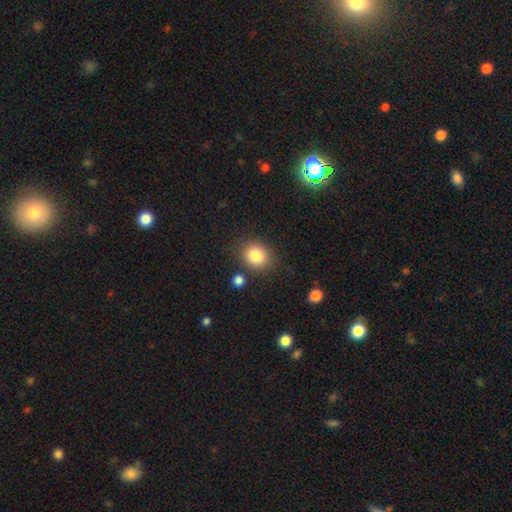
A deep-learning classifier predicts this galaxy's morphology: The model was most divided on "how rounded": round: 71%, in between: 28%, cigar-shaped: 1%. More confident: smooth or featured — smooth (83%); merging — none (80%).